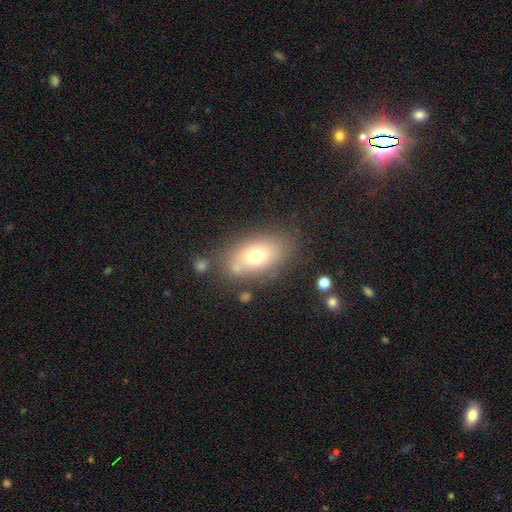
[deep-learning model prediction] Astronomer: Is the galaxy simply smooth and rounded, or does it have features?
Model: smooth — 70%.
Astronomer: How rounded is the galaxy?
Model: in between — 86%.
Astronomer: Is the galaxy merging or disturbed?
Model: none — 71%.